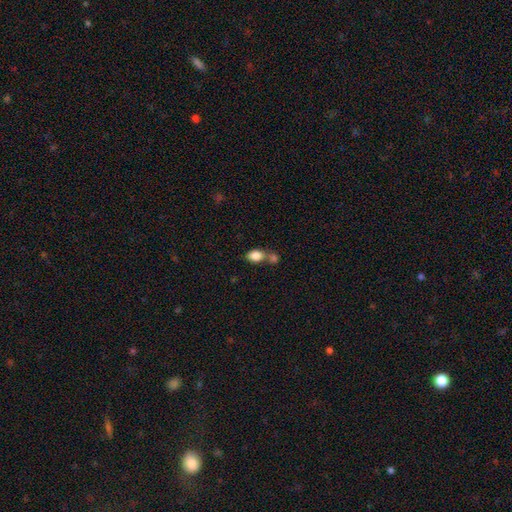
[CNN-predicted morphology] Smooth or featured?
  - smooth: 84% *
  - star or artifact: 8%
  - featured or disk: 8%
How rounded?
  - in between: 73% *
  - round: 26%
  - cigar-shaped: 2%
Merging?
  - merger: 48% *
  - none: 36%
  - minor disturbance: 11%
  - major disturbance: 5%